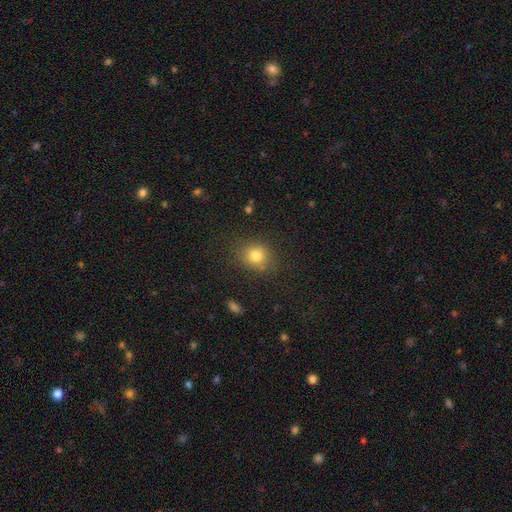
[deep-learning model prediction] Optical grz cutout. It shows a smooth galaxy with no disk features (79%) that is round (71%). Merging: none (79%).